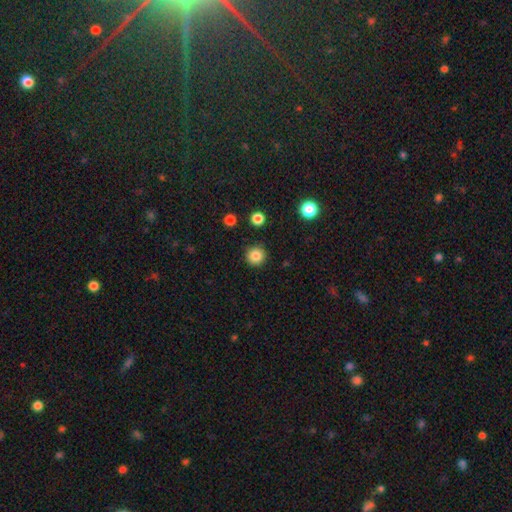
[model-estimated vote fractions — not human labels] A smooth galaxy with no disk features (84%) that is round (95%). Merging: none (91%).